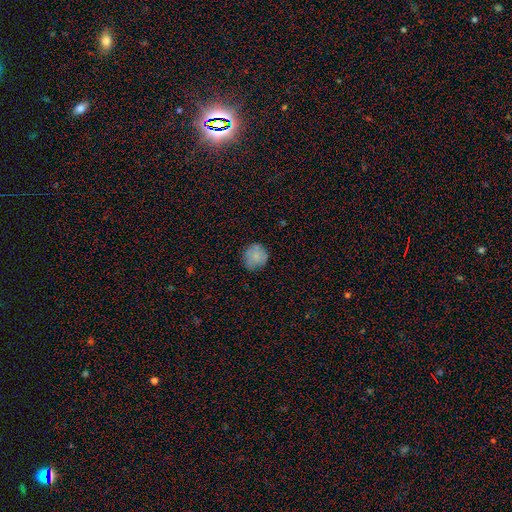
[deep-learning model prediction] smooth-or-featured: smooth: 77% | featured or disk: 14% | star or artifact: 10%
  how-rounded: round: 88% | in between: 11% | cigar-shaped: 1%
  merging: none: 76% | minor disturbance: 17% | major disturbance: 5% | merger: 1%